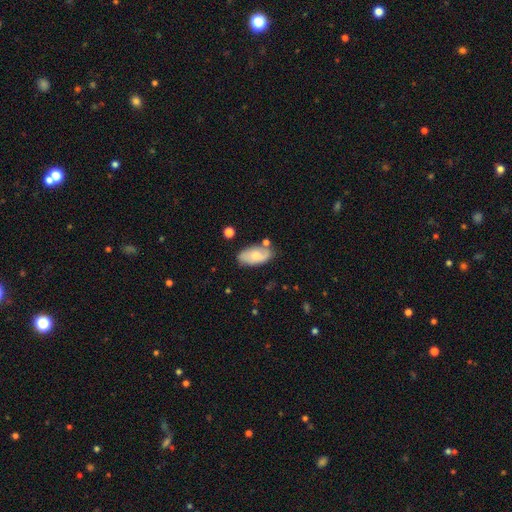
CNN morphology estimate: Smooth or featured? Predicted: smooth (p=0.66). How rounded? Predicted: in between (p=0.93). Merging? Predicted: none (p=0.66).